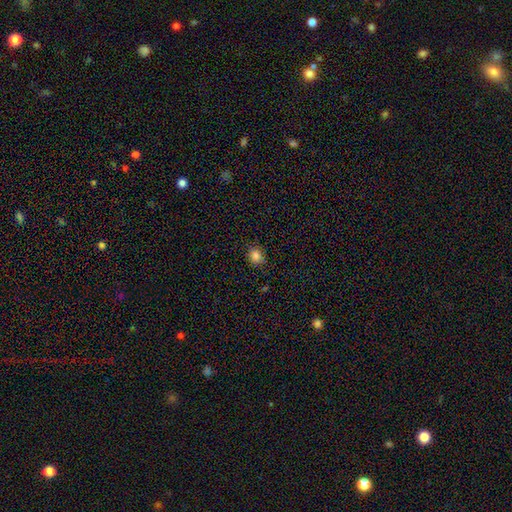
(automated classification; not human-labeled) The model was most divided on "how rounded": round: 69%, in between: 30%, cigar-shaped: 1%. More confident: merging — none (87%); smooth or featured — smooth (84%).